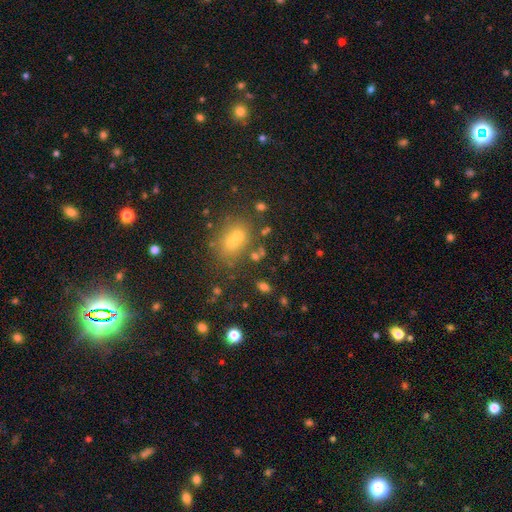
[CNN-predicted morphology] smooth_or_featured: smooth (p=0.54) [alt: star or artifact p=0.26]
how_rounded: in between (p=0.50) [alt: round p=0.48]
merging: none (p=0.45) [alt: merger p=0.40]